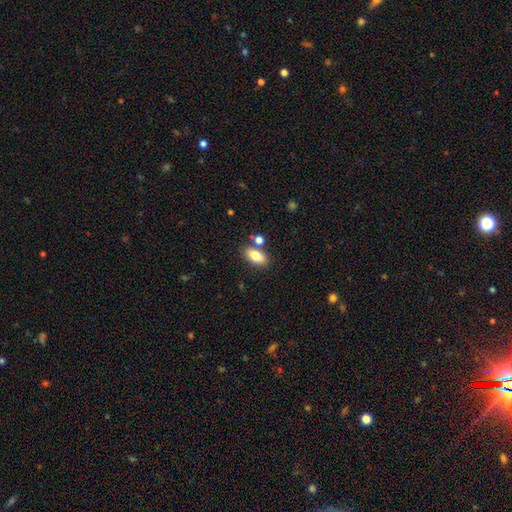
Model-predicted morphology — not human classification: smooth 81%, featured or disk 11%, star or artifact 8%. Down the decision tree: how rounded — in between (89%); merging — none (73%).